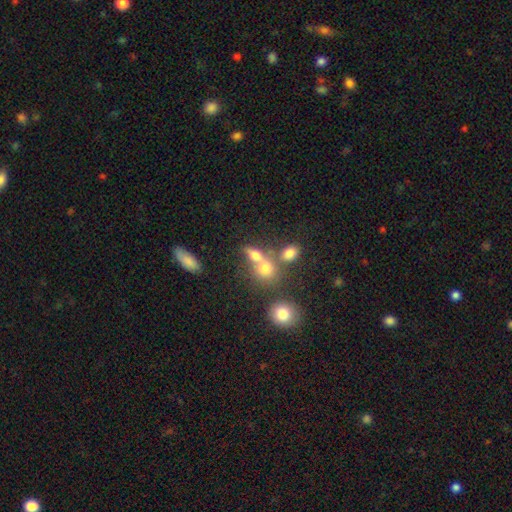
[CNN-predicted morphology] Smooth or featured? Predicted: smooth (p=0.69). How rounded? Predicted: round (p=0.47, tied with in between). Merging? Predicted: merger (p=0.47).